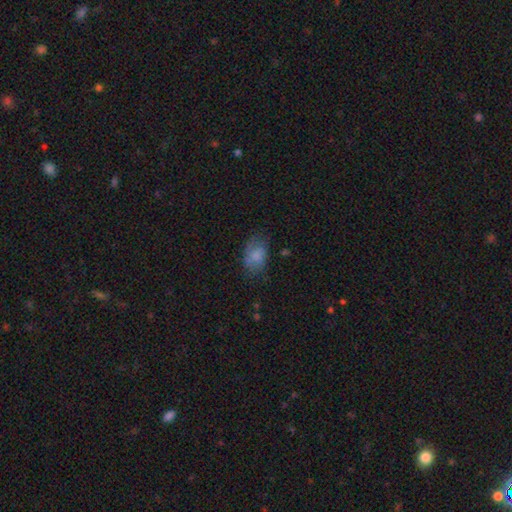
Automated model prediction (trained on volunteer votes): Smooth or featured?
  - smooth: 72% *
  - featured or disk: 19%
  - star or artifact: 9%
How rounded?
  - in between: 86% *
  - round: 13%
  - cigar-shaped: 1%
Merging?
  - none: 57% *
  - minor disturbance: 28%
  - major disturbance: 13%
  - merger: 2%